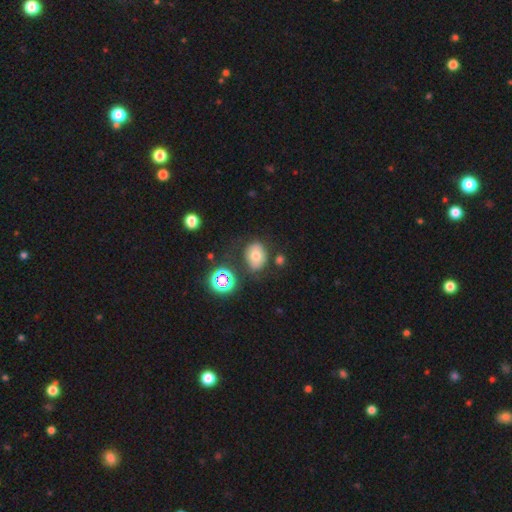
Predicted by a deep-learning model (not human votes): Smooth or featured? smooth (67%)
How rounded? in between (51%)
Merging? none (70%)